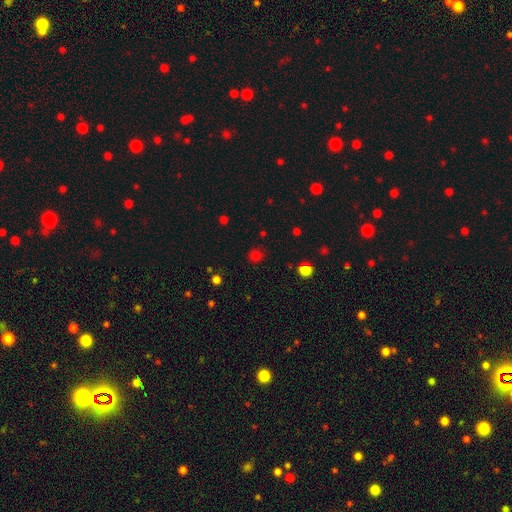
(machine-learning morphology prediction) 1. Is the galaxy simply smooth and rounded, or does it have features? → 68% smooth, 27% star or artifact, 5% featured or disk.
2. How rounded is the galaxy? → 84% round, 15% in between, 1% cigar-shaped.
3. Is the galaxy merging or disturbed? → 82% none, 12% minor disturbance, 4% major disturbance, 2% merger.